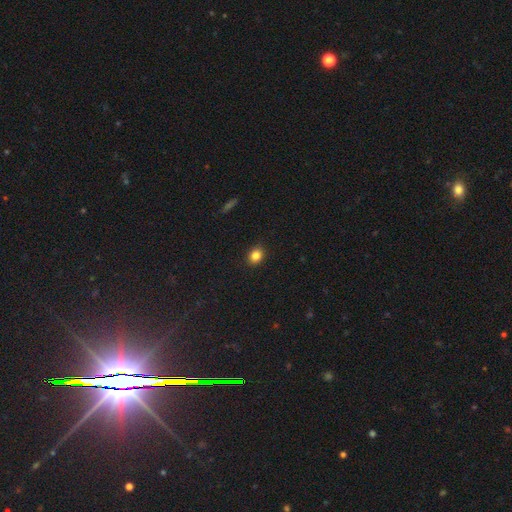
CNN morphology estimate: This is clearly a smooth galaxy (83%). How rounded: likely round (61%). Merging: clearly none (88%).